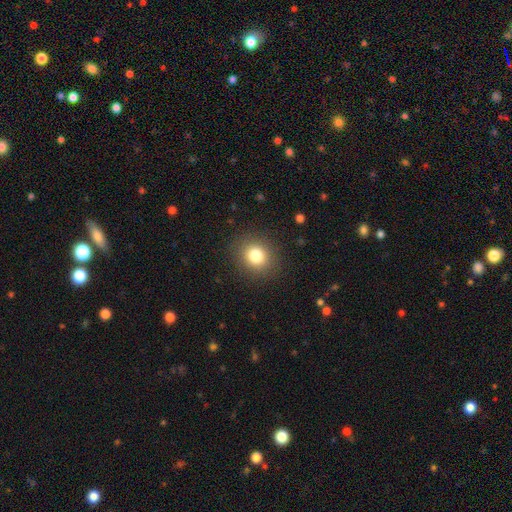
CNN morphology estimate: A smooth galaxy with no disk features (81%) that is round (78%).

Vote fractions:
- Smooth or featured? smooth: 81% / star or artifact: 12% / featured or disk: 7%
- How rounded? round: 78% / in between: 21% / cigar-shaped: 1%
- Merging? none: 89% / minor disturbance: 7% / major disturbance: 3% / merger: 1%